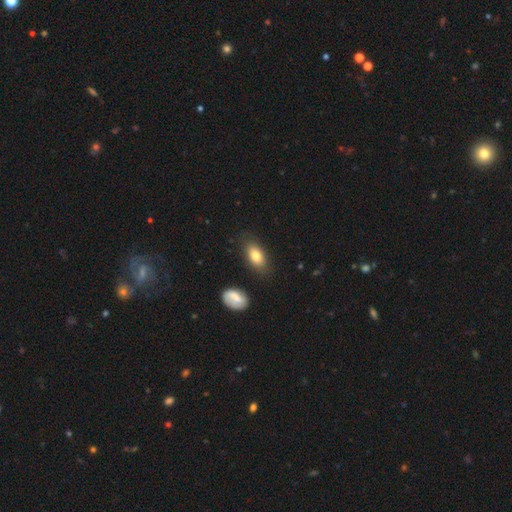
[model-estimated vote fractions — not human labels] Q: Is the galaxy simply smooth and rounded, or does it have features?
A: smooth — 80%.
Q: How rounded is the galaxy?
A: in between — 88%.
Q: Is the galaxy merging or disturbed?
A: none — 79%.